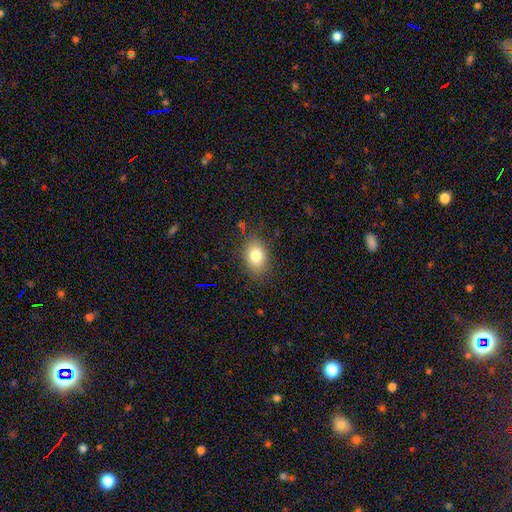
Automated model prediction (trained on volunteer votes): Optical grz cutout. It shows a smooth galaxy with no disk features (80%) that is in between round and cigar-shaped (76%). Merging: none (83%).